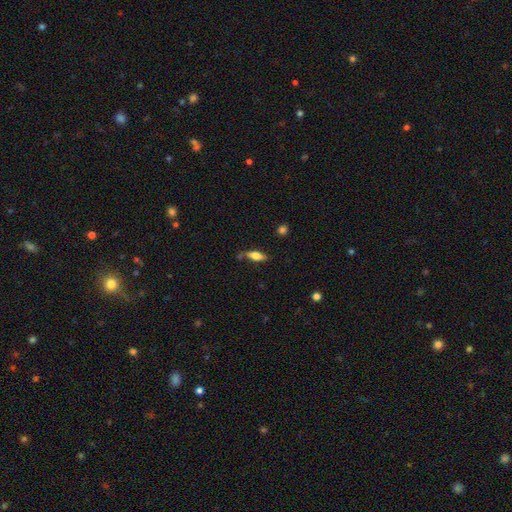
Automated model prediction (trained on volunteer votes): Smooth or featured: smooth — 62% (featured or disk — 30%)
How rounded: in between — 68% (cigar-shaped — 29%)
Merging: none — 72% (minor disturbance — 18%)